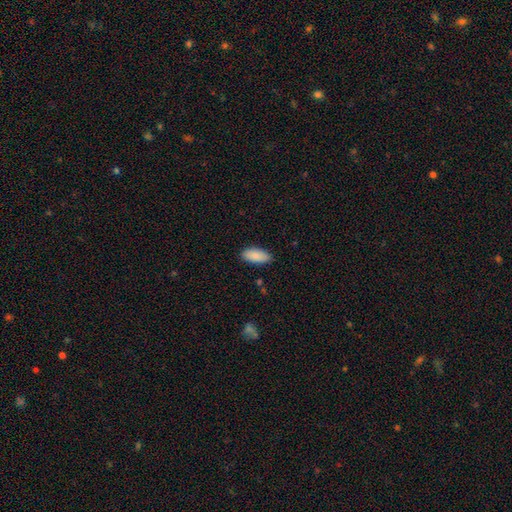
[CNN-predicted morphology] type=smooth (89%); roundness=in between (89%); merging=none (86%).